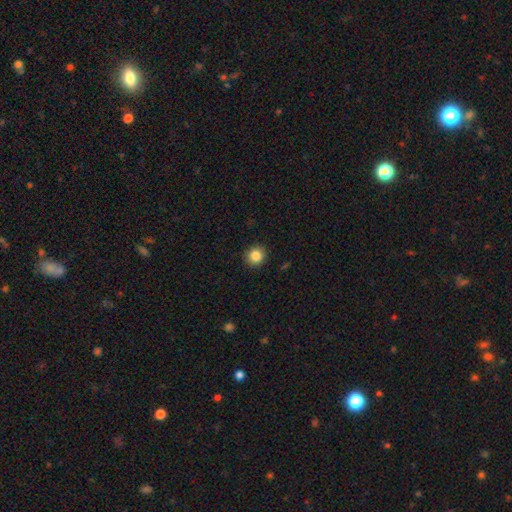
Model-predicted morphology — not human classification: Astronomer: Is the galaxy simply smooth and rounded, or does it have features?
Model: smooth — 85%.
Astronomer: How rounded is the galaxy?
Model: round — 90%.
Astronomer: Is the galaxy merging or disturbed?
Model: none — 91%.